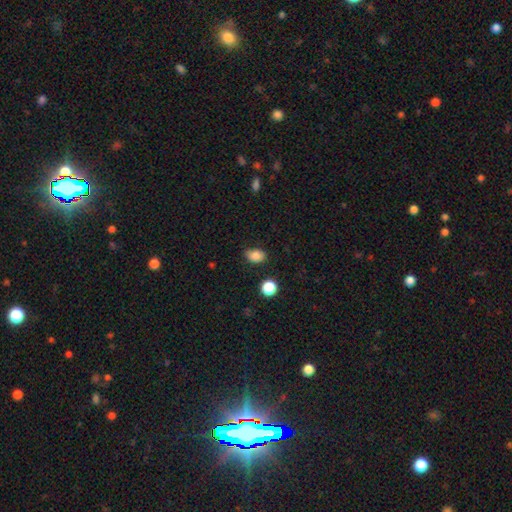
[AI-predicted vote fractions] A smooth galaxy with no disk features (84%) that is in between round and cigar-shaped (77%). Merging: none (75%).